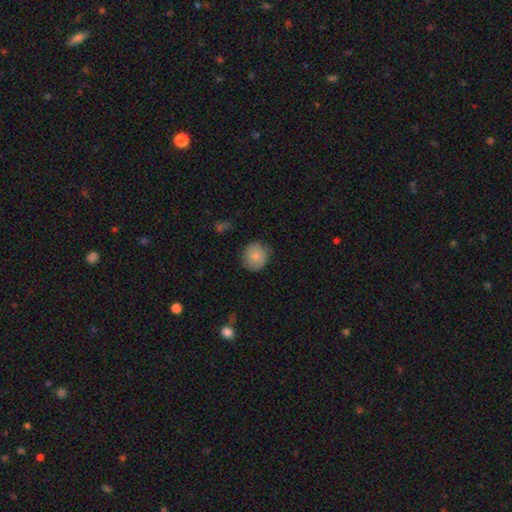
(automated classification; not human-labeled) A smooth galaxy with no disk features (83%) that is round (87%). Merging: none (80%).